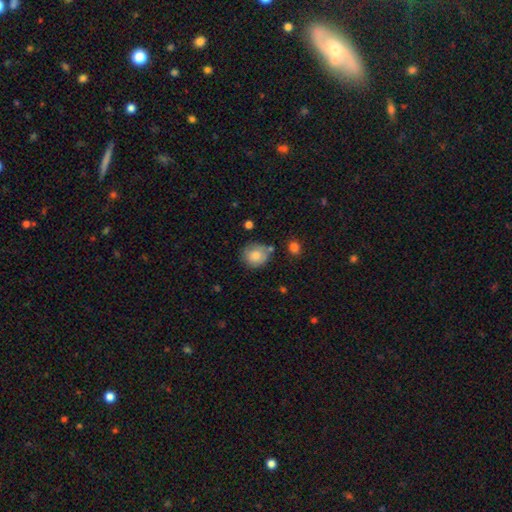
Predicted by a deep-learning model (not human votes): Overall: smooth (80%). How rounded: round (83%). Merging: none (67%).